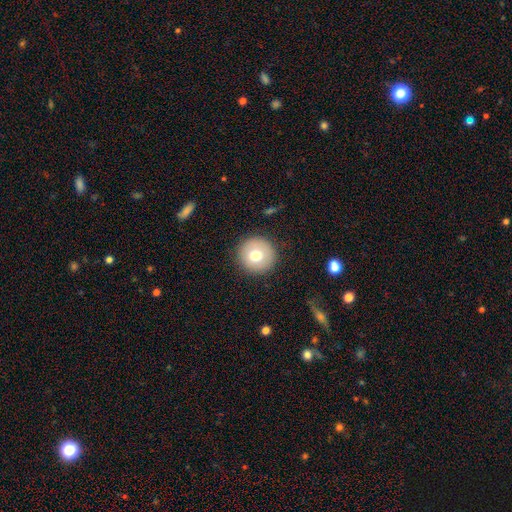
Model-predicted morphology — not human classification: smooth_or_featured: smooth (p=0.74) [alt: featured or disk p=0.17]
how_rounded: round (p=0.96) [alt: in between p=0.03]
merging: none (p=0.90) [alt: minor disturbance p=0.06]